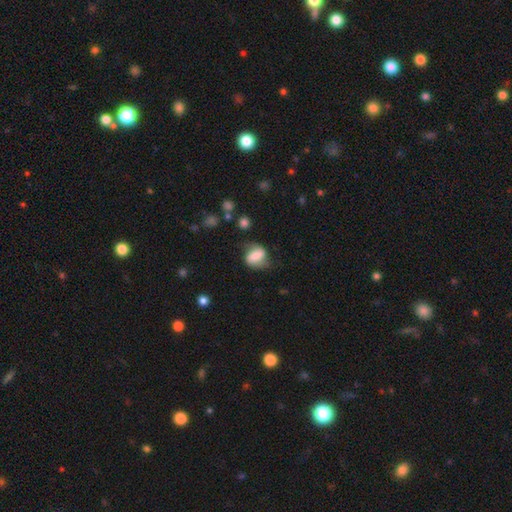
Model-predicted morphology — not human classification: Smooth or featured? smooth (47%)
Merging? none (62%)